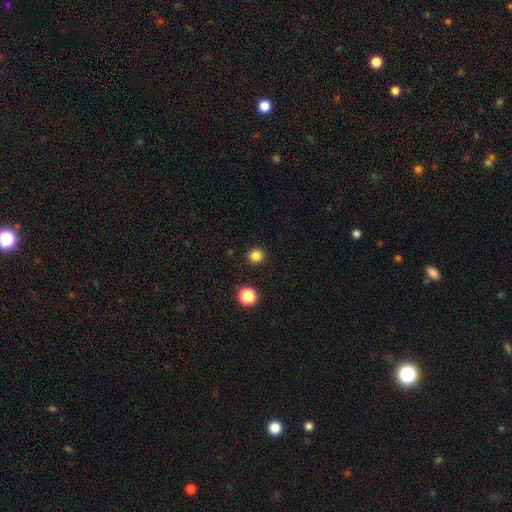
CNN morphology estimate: smooth_or_featured: smooth (p=0.82) [alt: star or artifact p=0.14]
how_rounded: round (p=0.91) [alt: in between p=0.08]
merging: none (p=0.92) [alt: minor disturbance p=0.05]